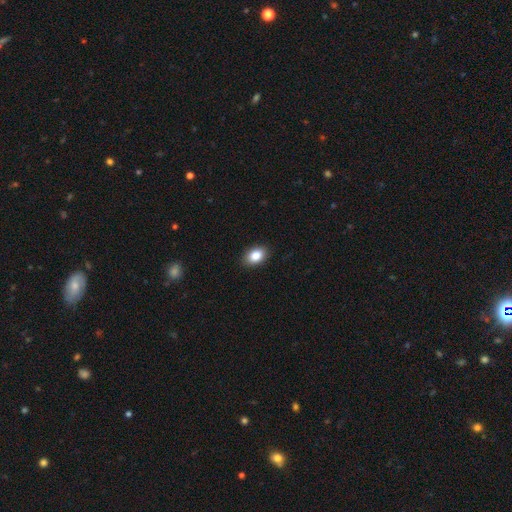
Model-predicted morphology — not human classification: The model was most divided on "how rounded": in between: 86%, round: 13%, cigar-shaped: 1%. More confident: merging — none (89%); smooth or featured — smooth (86%).